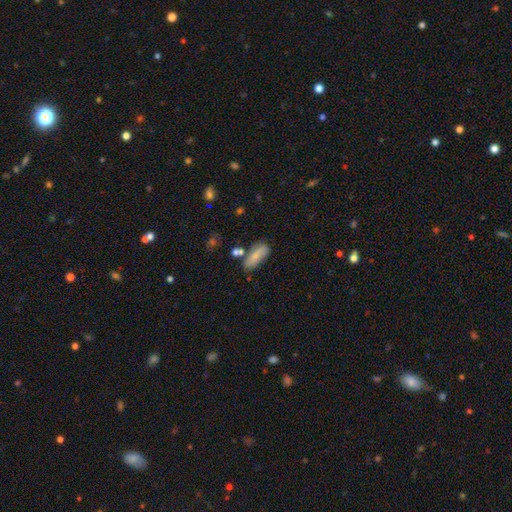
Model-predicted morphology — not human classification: Smooth or featured?
  - smooth: 71% *
  - featured or disk: 22%
  - star or artifact: 7%
How rounded?
  - in between: 75% *
  - cigar-shaped: 21%
  - round: 3%
Merging?
  - none: 65% *
  - minor disturbance: 20%
  - merger: 9%
  - major disturbance: 5%